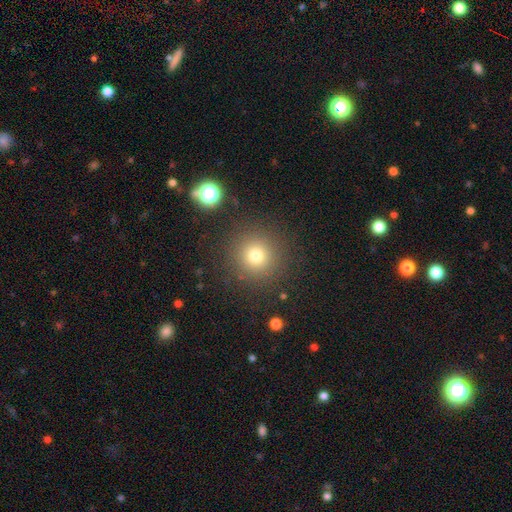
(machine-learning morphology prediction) The model was most divided on "smooth or featured": smooth: 74%, star or artifact: 17%, featured or disk: 9%. More confident: how rounded — round (95%); merging — none (88%).